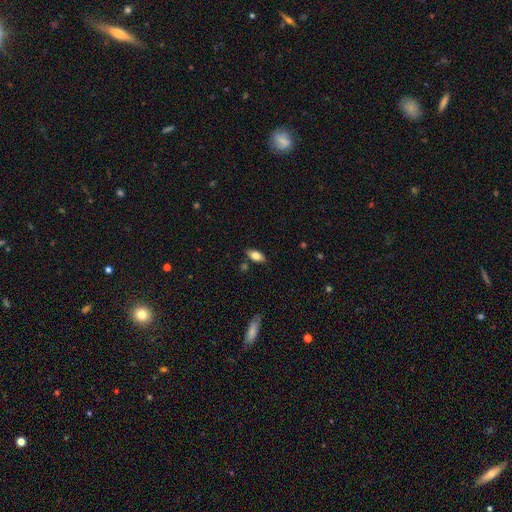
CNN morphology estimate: Overall: smooth (75%). How rounded: in between (88%). Merging: none (83%).